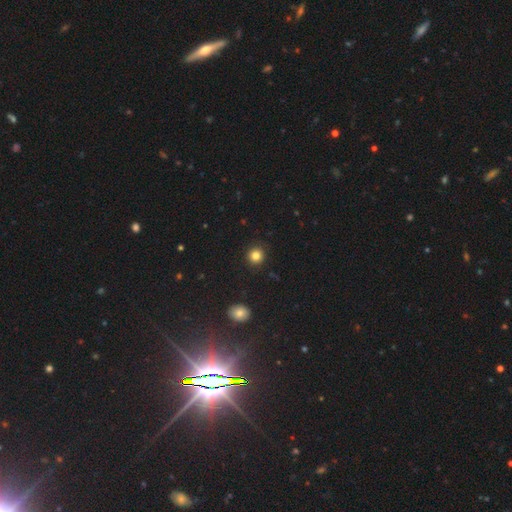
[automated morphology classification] type=smooth (83%); roundness=round (93%); merging=none (92%).